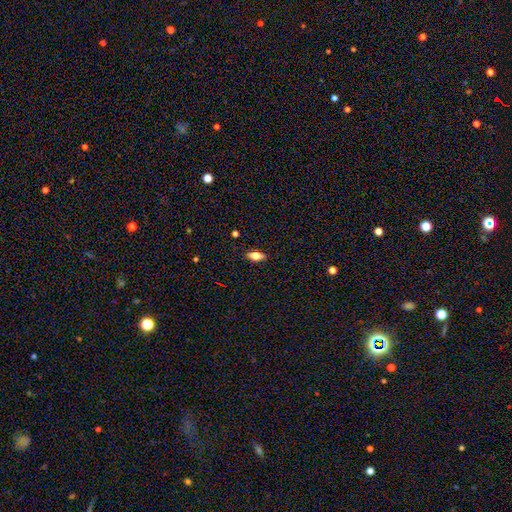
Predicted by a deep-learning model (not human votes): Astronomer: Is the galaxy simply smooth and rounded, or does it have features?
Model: smooth — 71%.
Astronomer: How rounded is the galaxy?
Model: in between — 83%.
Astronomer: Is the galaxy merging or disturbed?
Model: none — 88%.